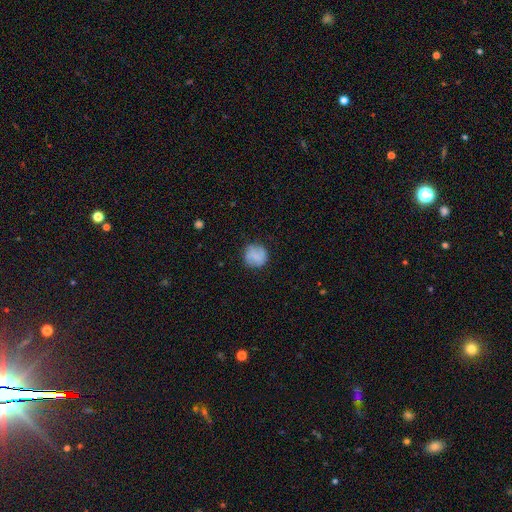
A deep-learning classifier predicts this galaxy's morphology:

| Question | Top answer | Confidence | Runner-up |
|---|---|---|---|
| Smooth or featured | smooth | 77% | featured or disk (15%) |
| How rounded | round | 89% | in between (10%) |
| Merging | none | 80% | minor disturbance (14%) |